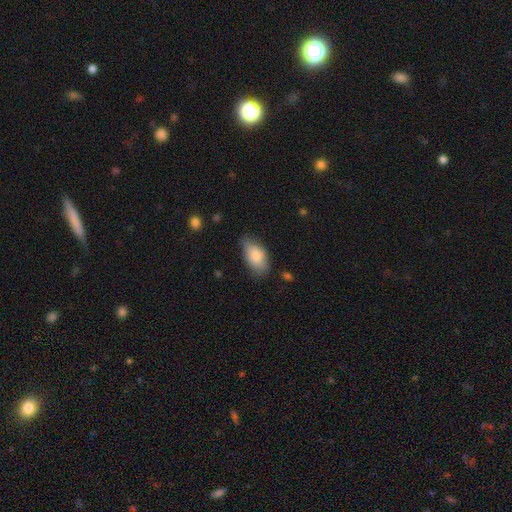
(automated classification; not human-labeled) A smooth galaxy with no disk features (81%) that is in between round and cigar-shaped (92%). Merging: none (62%).